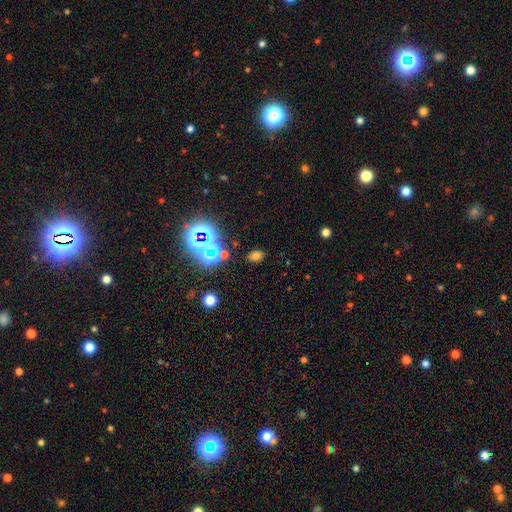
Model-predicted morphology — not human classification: Smooth or featured?
  - smooth: 60% *
  - star or artifact: 32%
  - featured or disk: 8%
How rounded?
  - in between: 75% *
  - round: 24%
  - cigar-shaped: 2%
Merging?
  - none: 83% *
  - minor disturbance: 10%
  - major disturbance: 4%
  - merger: 3%